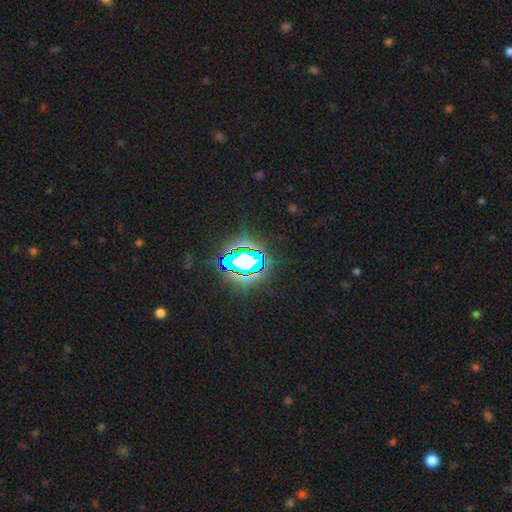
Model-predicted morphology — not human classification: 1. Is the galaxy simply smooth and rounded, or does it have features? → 81% star or artifact, 12% smooth, 7% featured or disk.